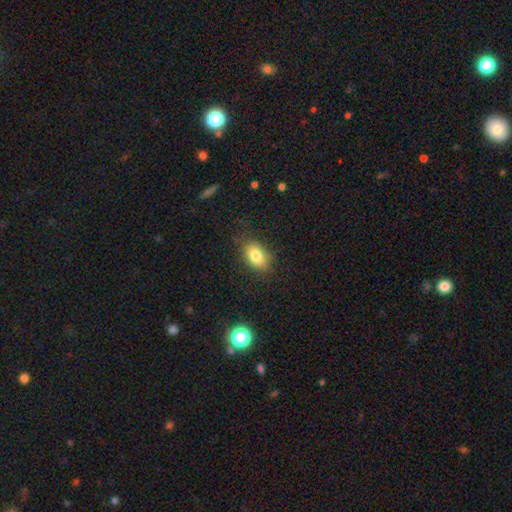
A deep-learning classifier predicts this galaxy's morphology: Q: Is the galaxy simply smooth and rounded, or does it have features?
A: smooth — 80%.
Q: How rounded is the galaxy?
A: in between — 85%.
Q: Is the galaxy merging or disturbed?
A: none — 81%.